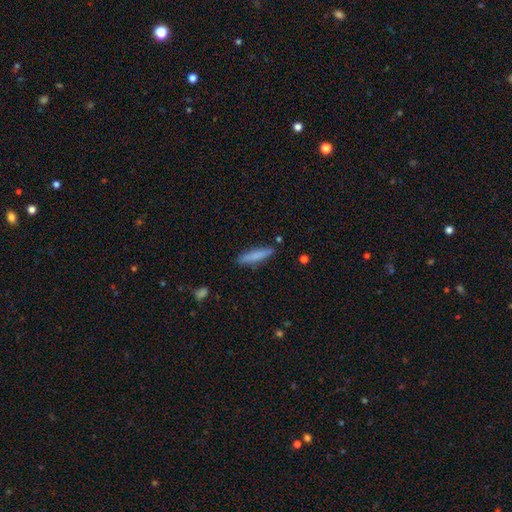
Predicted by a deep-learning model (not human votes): This appears to be a smooth galaxy with no disk features (78%) that is cigar-shaped (85%). Merging: none (85%).